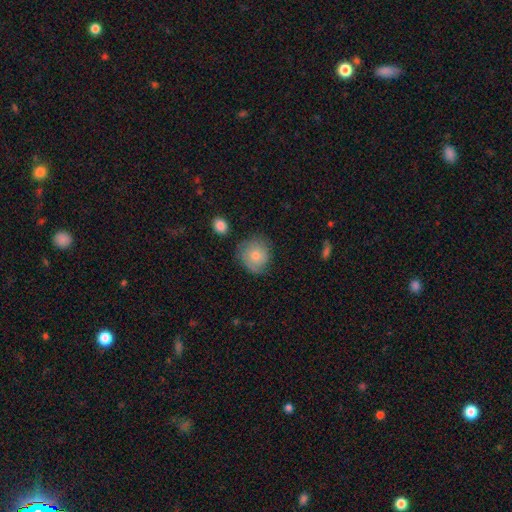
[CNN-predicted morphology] The model was most divided on "merging": none: 72%, minor disturbance: 20%, major disturbance: 5%, merger: 2%. More confident: how rounded — round (87%); smooth or featured — smooth (75%).